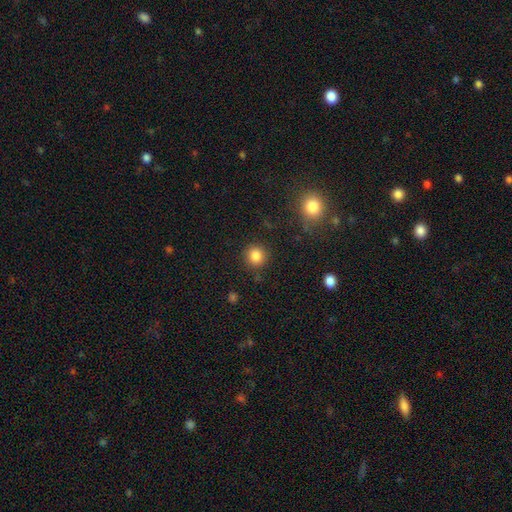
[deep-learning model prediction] smooth-or-featured: smooth: 84% | star or artifact: 11% | featured or disk: 4%
  how-rounded: round: 91% | in between: 8% | cigar-shaped: 1%
  merging: none: 87% | minor disturbance: 7% | major disturbance: 3% | merger: 2%